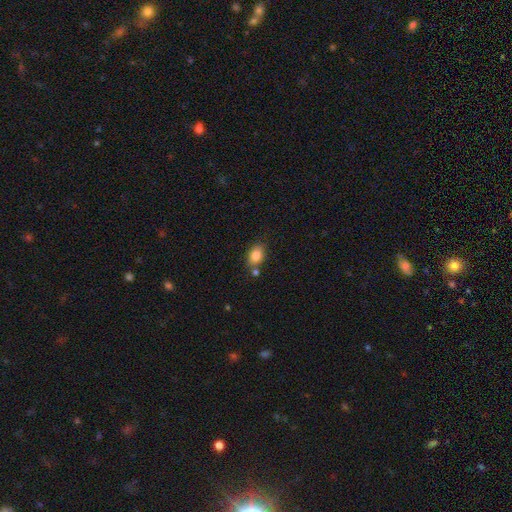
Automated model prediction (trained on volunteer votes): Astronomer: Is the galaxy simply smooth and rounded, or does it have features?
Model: smooth — 83%.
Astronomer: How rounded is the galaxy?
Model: in between — 78%.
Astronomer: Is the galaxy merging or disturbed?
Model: none — 69%.